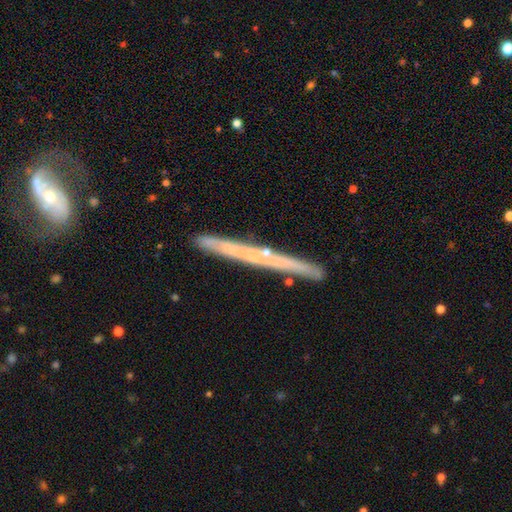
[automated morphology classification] A featured or disk galaxy (66%) viewed edge-on (94%) with no central bulge (79%). Merging: none (85%).